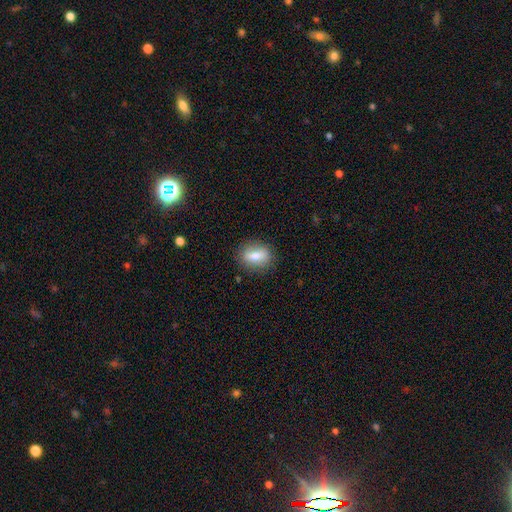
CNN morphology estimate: Smooth or featured: smooth — 75% (featured or disk — 18%)
How rounded: in between — 68% (round — 25%)
Merging: none — 84% (minor disturbance — 12%)